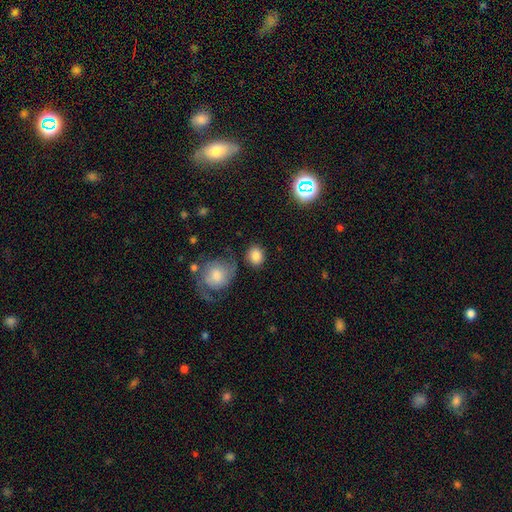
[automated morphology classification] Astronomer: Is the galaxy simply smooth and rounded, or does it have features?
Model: smooth — 85%.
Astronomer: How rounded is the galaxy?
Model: round — 69%.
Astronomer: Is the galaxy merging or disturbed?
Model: none — 73%.